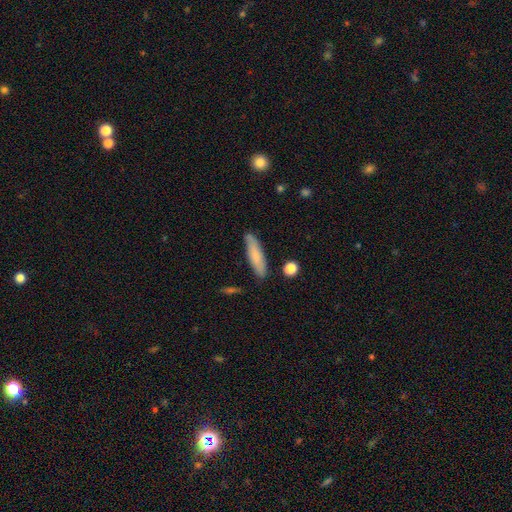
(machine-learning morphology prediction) Overall: smooth (76%). How rounded: cigar-shaped (72%). Merging: none (83%).